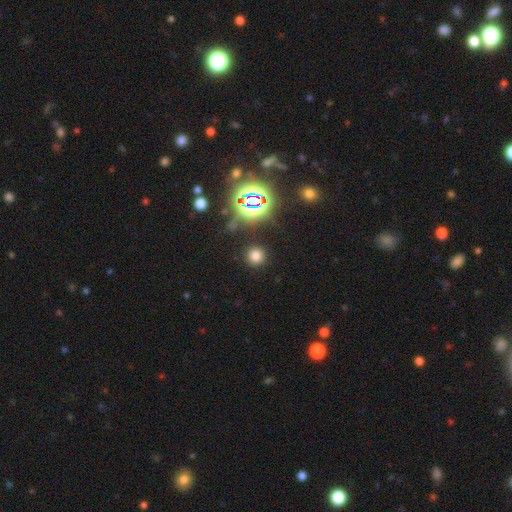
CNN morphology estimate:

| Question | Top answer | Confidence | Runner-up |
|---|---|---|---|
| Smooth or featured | smooth | 67% | star or artifact (27%) |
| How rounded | round | 93% | in between (6%) |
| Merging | none | 88% | minor disturbance (6%) |